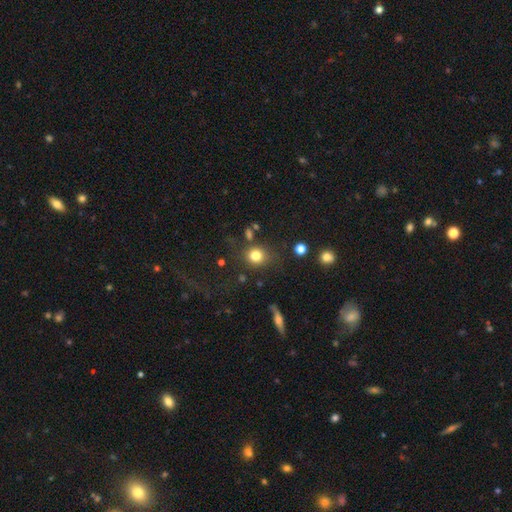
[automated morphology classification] This appears to be a smooth galaxy with no disk features (80%) that is round (81%). Merging: none (76%).